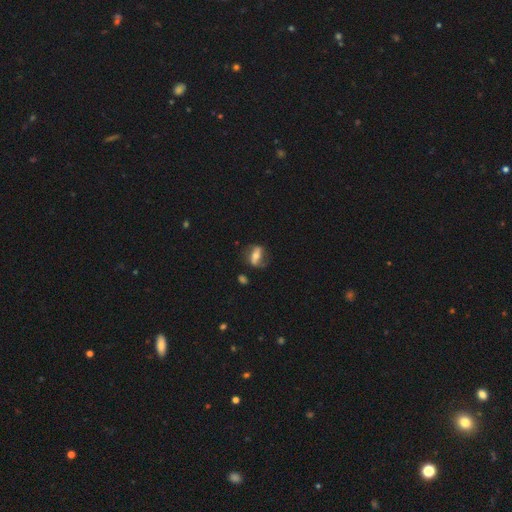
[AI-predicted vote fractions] smooth_or_featured: featured or disk (p=0.63) [alt: smooth p=0.30]
disk_edge_on: no (p=0.87) [alt: yes p=0.13]
bar: strong (p=0.53) [alt: weak p=0.25]
has_spiral_arms: yes (p=0.76) [alt: no p=0.24]
bulge_size: moderate (p=0.59) [alt: small p=0.31]
merging: none (p=0.66) [alt: minor disturbance p=0.20]